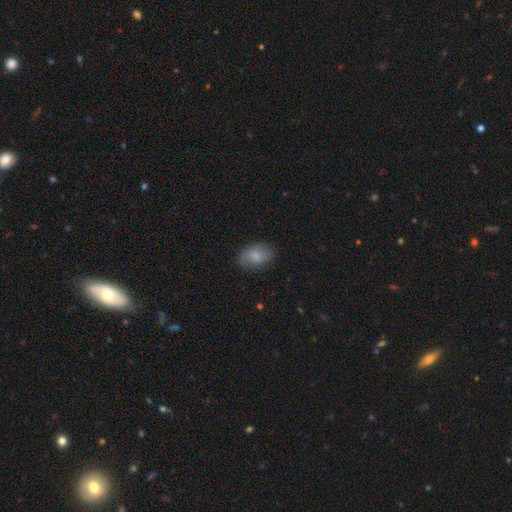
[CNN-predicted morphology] Overall: smooth (73%). How rounded: in between (84%). Merging: none (81%).